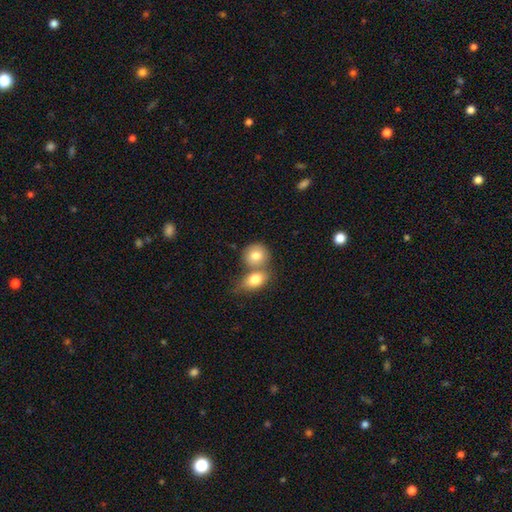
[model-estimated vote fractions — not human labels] Smooth or featured? smooth (80%)
How rounded? round (70%)
Merging? merger (51%)